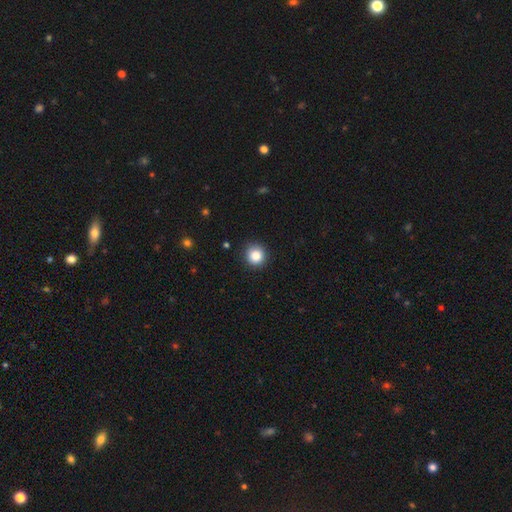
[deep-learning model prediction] This appears to be a smooth galaxy with no disk features (85%) that is round (93%). Merging: none (89%).